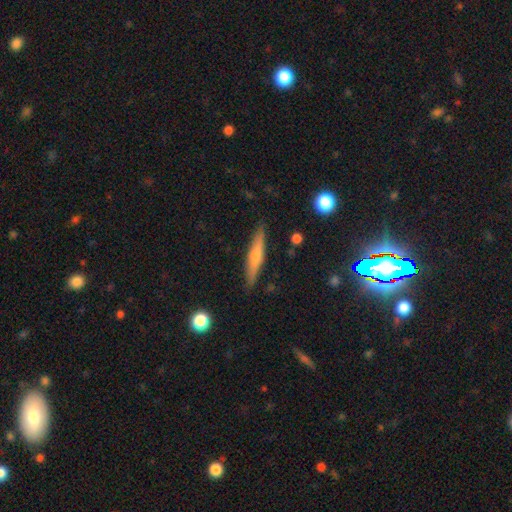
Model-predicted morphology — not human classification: A featured or disk galaxy (51%) viewed edge-on (95%).

Vote fractions:
- Smooth or featured? featured or disk: 51% / smooth: 42% / star or artifact: 7%
- Edge-on disk? yes: 95% / no: 5%
- Merging? none: 89% / minor disturbance: 8% / major disturbance: 2% / merger: 1%